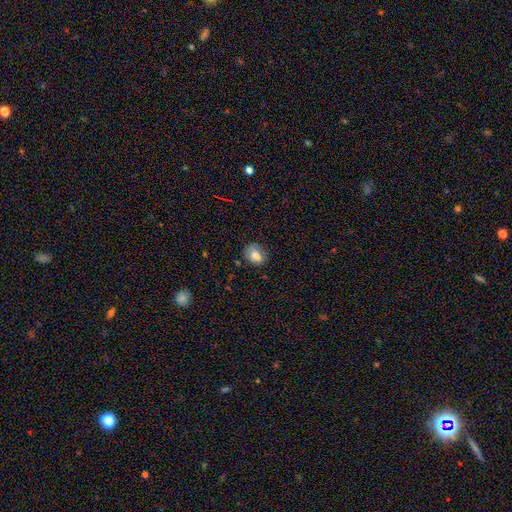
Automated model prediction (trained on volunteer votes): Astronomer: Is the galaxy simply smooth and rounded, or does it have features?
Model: smooth — 72%.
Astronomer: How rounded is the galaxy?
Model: round — 53% (runner-up: in between, 45%).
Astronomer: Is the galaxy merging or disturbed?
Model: none — 69%.